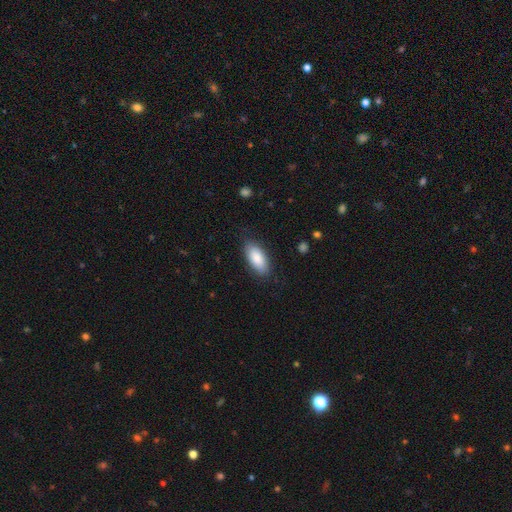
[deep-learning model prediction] smooth-or-featured: smooth: 87% | featured or disk: 8% | star or artifact: 6%
  how-rounded: in between: 89% | cigar-shaped: 9% | round: 2%
  merging: none: 83% | minor disturbance: 13% | major disturbance: 3% | merger: 1%